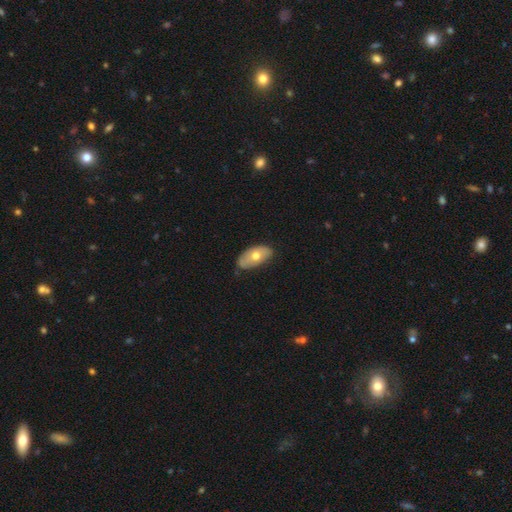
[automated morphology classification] This is possibly a smooth galaxy (59%). How rounded: clearly in between (93%). Merging: likely none (71%).